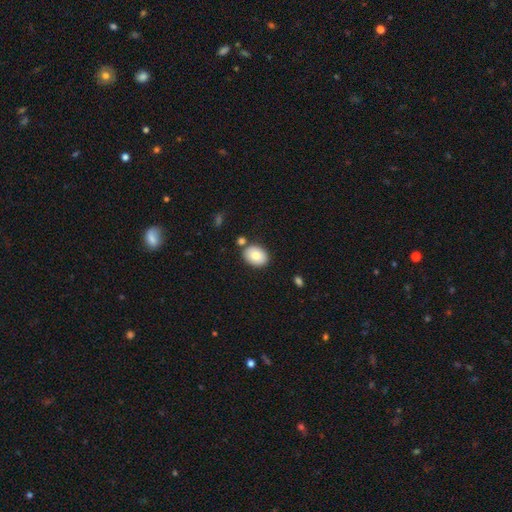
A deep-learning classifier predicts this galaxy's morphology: smooth-or-featured: smooth: 80% | featured or disk: 13% | star or artifact: 7%
  how-rounded: in between: 73% | round: 26% | cigar-shaped: 1%
  merging: none: 79% | minor disturbance: 11% | merger: 8% | major disturbance: 3%